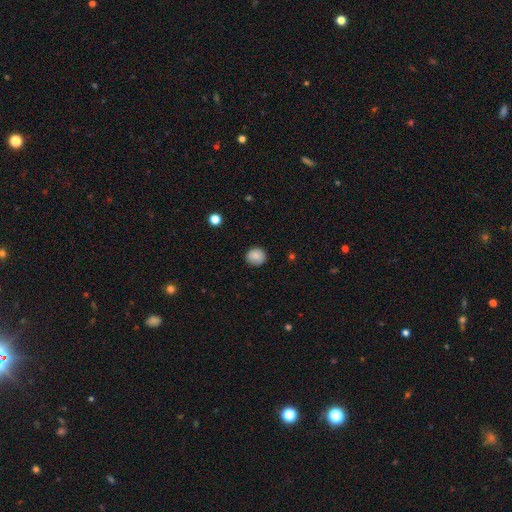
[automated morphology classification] type=smooth (87%); roundness=round (87%); merging=none (88%).